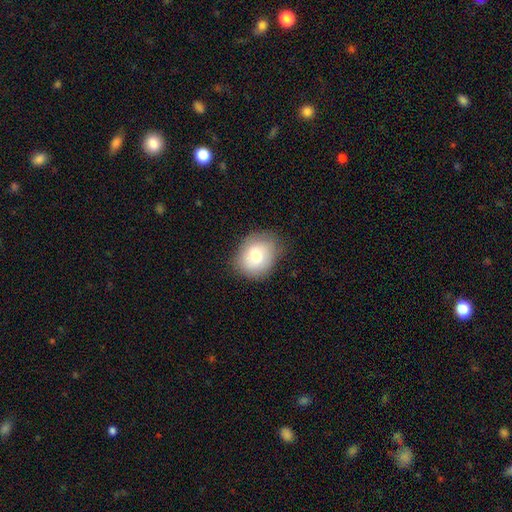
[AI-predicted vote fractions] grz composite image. It shows a smooth galaxy with no disk features (76%) that is round (53%). Merging: none (76%).